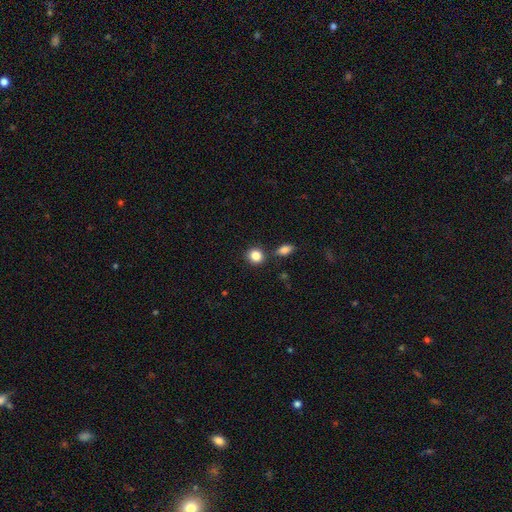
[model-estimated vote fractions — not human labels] A smooth galaxy with no disk features (85%) that is round (81%).

Vote fractions:
- Smooth or featured? smooth: 85% / star or artifact: 10% / featured or disk: 5%
- How rounded? round: 81% / in between: 18% / cigar-shaped: 1%
- Merging? none: 80% / minor disturbance: 9% / merger: 8% / major disturbance: 3%